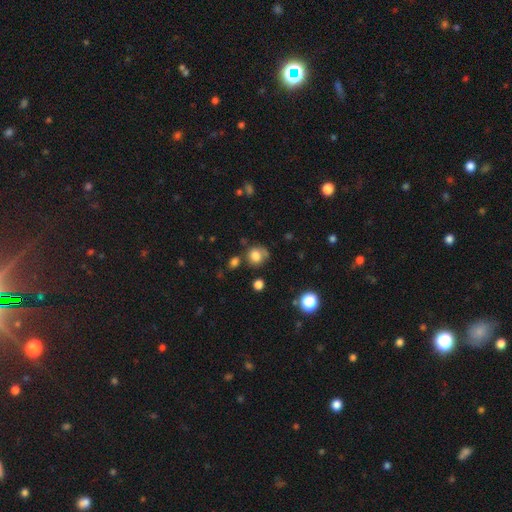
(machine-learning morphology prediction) A smooth galaxy with no disk features (79%) that is round (82%). Merging: none (61%).